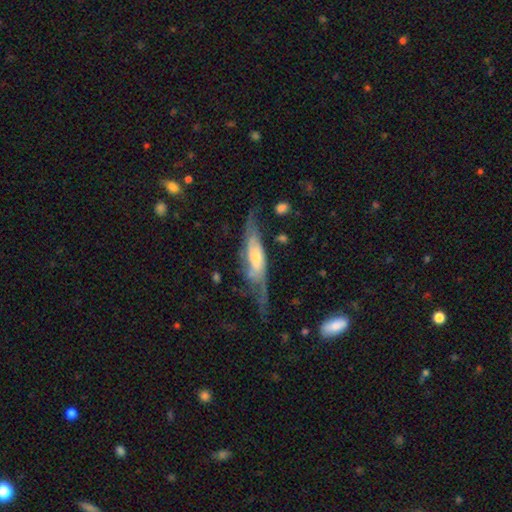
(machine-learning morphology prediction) Smooth or featured?
  - featured or disk: 70% *
  - smooth: 24%
  - star or artifact: 6%
Edge-on disk?
  - no: 66% *
  - yes: 34%
Merging?
  - none: 43% *
  - minor disturbance: 26%
  - major disturbance: 26%
  - merger: 4%